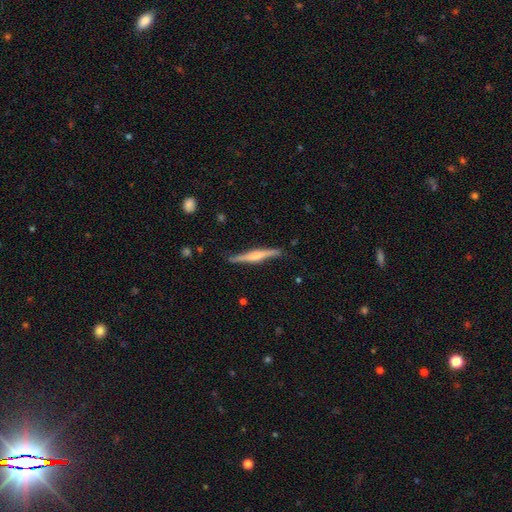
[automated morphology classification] This is likely a featured or disk galaxy (67%). It is clearly viewed edge-on (98%). Edge-on bulge: likely rounded (67%). Merging: clearly none (87%).